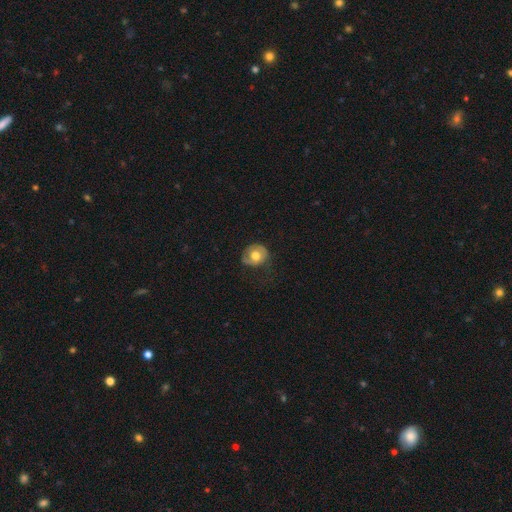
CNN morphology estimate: Smooth or featured? Predicted: smooth (p=0.58). How rounded? Predicted: round (p=0.75). Merging? Predicted: none (p=0.57).